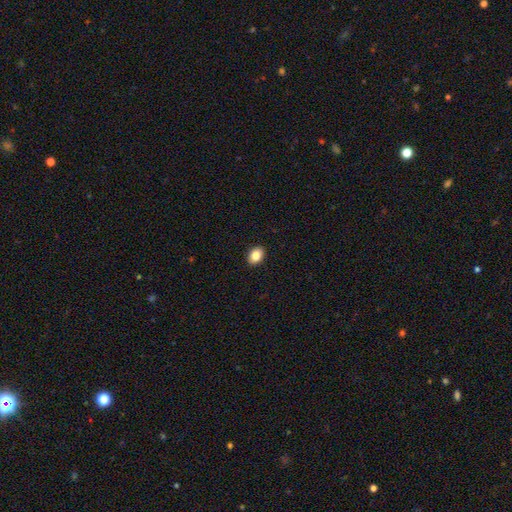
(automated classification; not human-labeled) smooth 85%, star or artifact 8%, featured or disk 6%. Down the decision tree: how rounded — in between (71%); merging — none (91%).